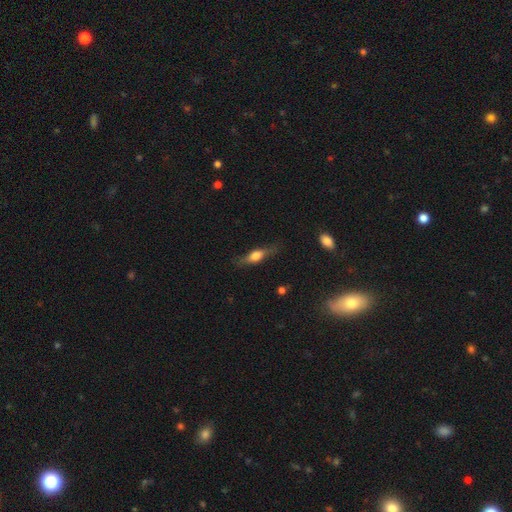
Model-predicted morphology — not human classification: Q: Smooth or featured?
A: smooth (48%); runner-up: featured or disk (44%)
Q: Merging?
A: none (75%); runner-up: minor disturbance (18%)